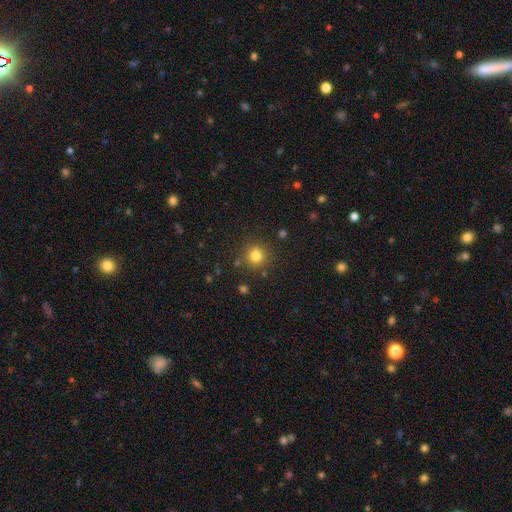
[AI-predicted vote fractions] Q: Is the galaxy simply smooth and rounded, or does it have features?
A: smooth — 80%.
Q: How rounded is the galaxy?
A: round — 93%.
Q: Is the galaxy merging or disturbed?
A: none — 86%.